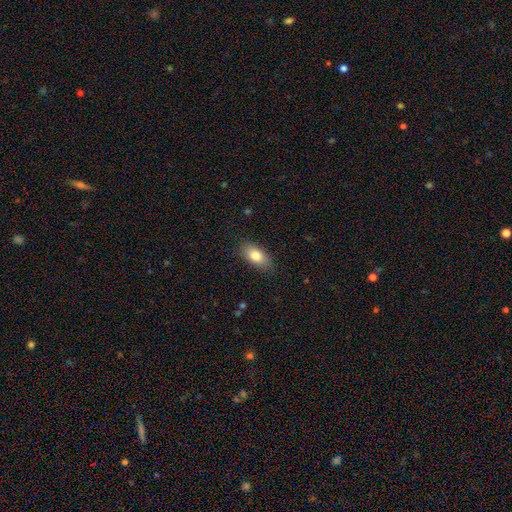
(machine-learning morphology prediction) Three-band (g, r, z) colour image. It shows a smooth galaxy with no disk features (80%) that is in between round and cigar-shaped (89%). Merging: none (84%).